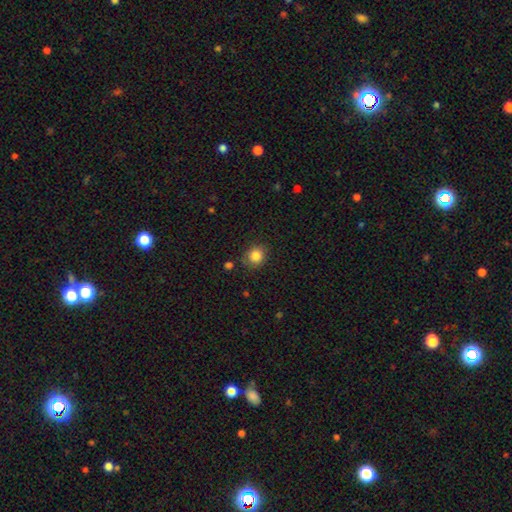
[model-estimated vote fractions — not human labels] This appears to be a smooth galaxy with no disk features (85%) that is round (77%). Merging: none (81%).